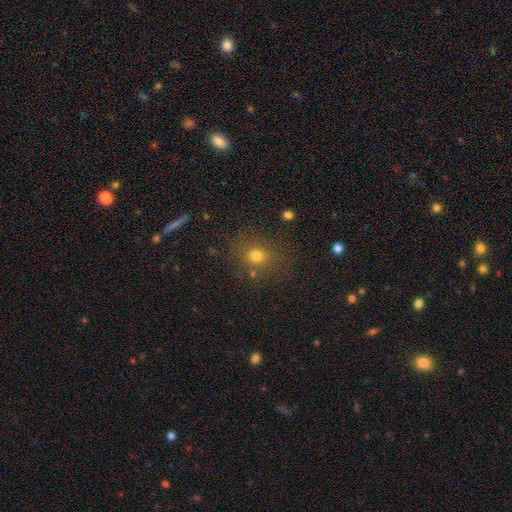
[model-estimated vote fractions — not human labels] The model was most divided on "smooth or featured": smooth: 73%, star or artifact: 18%, featured or disk: 9%. More confident: merging — none (81%); how rounded — round (78%).